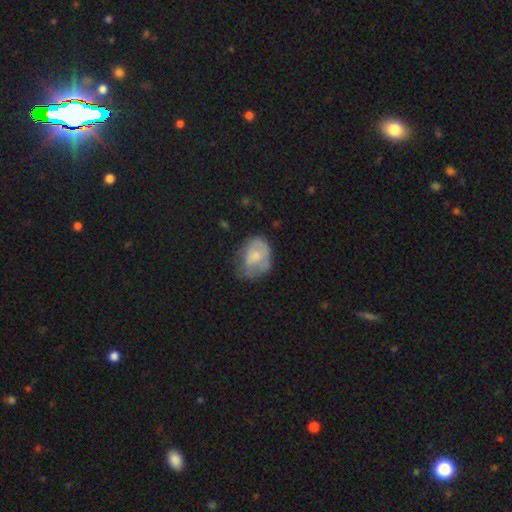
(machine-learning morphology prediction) smooth-or-featured: smooth: 62% | featured or disk: 31% | star or artifact: 7%
  how-rounded: in between: 60% | round: 39% | cigar-shaped: 1%
  merging: none: 44% | minor disturbance: 34% | major disturbance: 20% | merger: 2%